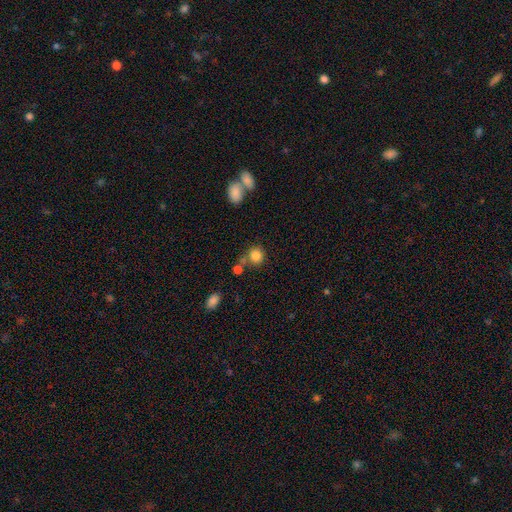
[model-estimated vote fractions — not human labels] Smooth or featured? smooth (83%)
How rounded? round (87%)
Merging? none (65%)